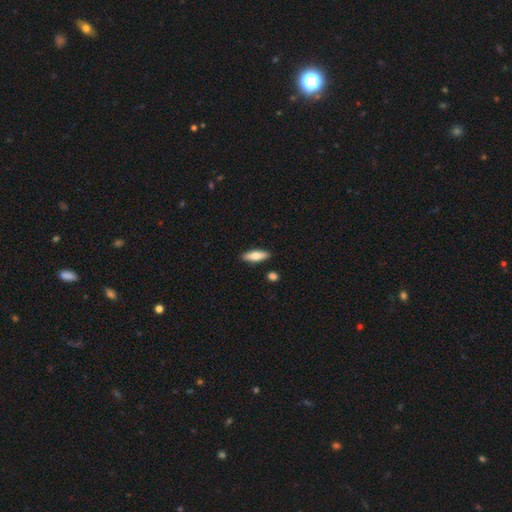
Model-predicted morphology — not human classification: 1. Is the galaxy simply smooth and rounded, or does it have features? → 70% smooth, 24% featured or disk, 6% star or artifact.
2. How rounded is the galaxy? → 52% in between, 45% cigar-shaped, 2% round.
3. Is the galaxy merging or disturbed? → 88% none, 8% minor disturbance, 3% merger, 2% major disturbance.